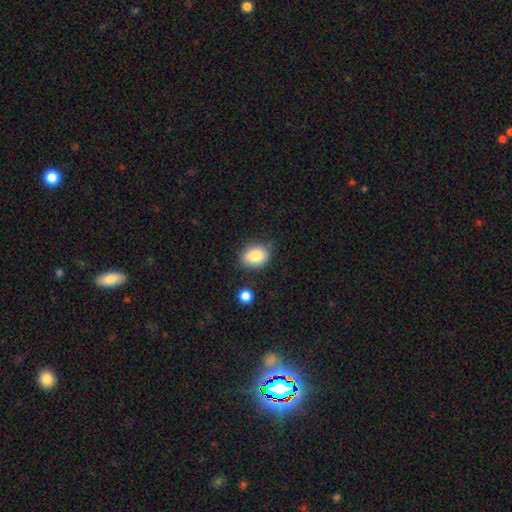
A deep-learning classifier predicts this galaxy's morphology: type=smooth (85%); roundness=in between (72%); merging=none (75%).